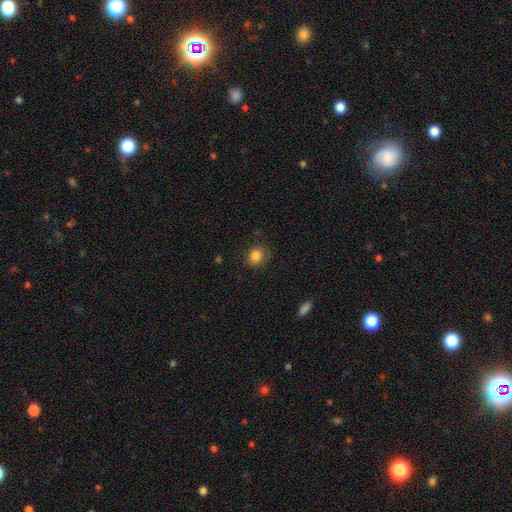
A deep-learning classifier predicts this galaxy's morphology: This appears to be a smooth galaxy with no disk features (84%) that is round (66%). Merging: none (77%).